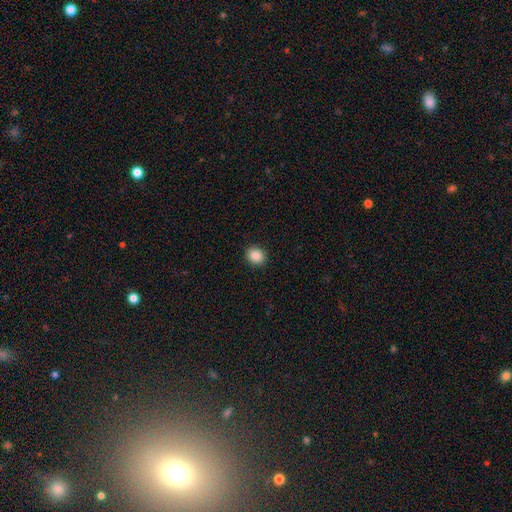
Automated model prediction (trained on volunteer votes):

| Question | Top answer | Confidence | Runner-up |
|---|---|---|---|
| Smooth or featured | smooth | 87% | star or artifact (9%) |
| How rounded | round | 71% | in between (28%) |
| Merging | none | 92% | minor disturbance (6%) |